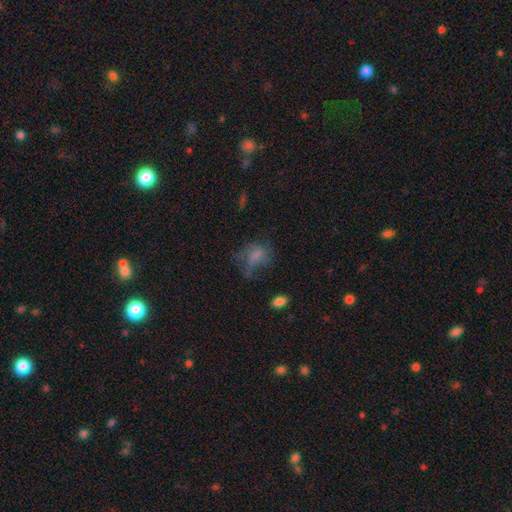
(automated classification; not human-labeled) This is possibly a smooth galaxy (51%). How rounded: likely in between (65%). Merging: marginally major disturbance (38%).